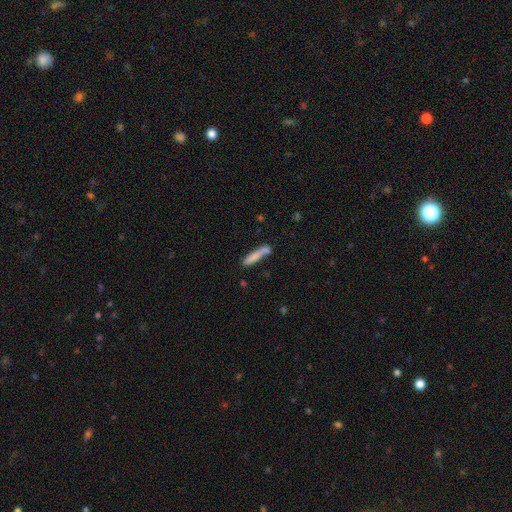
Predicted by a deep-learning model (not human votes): Smooth or featured? Predicted: smooth (p=0.77). How rounded? Predicted: cigar-shaped (p=0.89). Merging? Predicted: none (p=0.61).